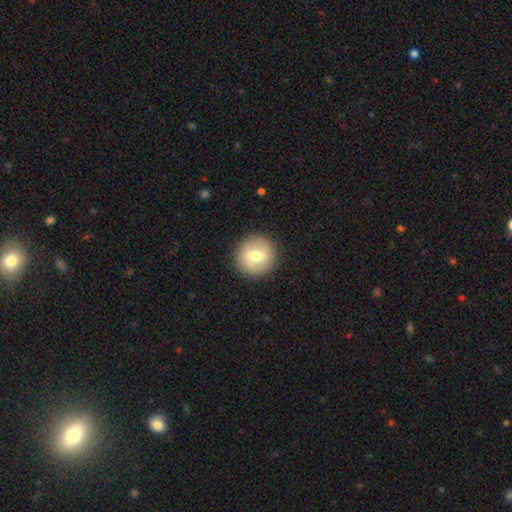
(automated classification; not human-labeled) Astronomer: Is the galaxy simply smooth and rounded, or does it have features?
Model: smooth — 65%.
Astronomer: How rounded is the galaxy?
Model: round — 94%.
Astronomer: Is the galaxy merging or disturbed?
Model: none — 90%.